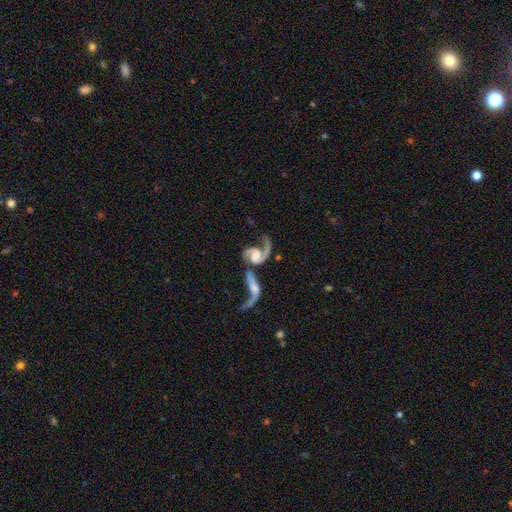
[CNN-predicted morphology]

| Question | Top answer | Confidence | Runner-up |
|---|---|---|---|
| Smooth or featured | featured or disk | 89% | smooth (6%) |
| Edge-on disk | no | 97% | yes (3%) |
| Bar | no | 42% | weak (41%) |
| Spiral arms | yes | 96% | no (4%) |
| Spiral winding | loose | 53% | medium (37%) |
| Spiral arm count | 2 | 86% | 1 (8%) |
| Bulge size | moderate | 46% | small (26%) |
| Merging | merger | 54% | none (24%) |